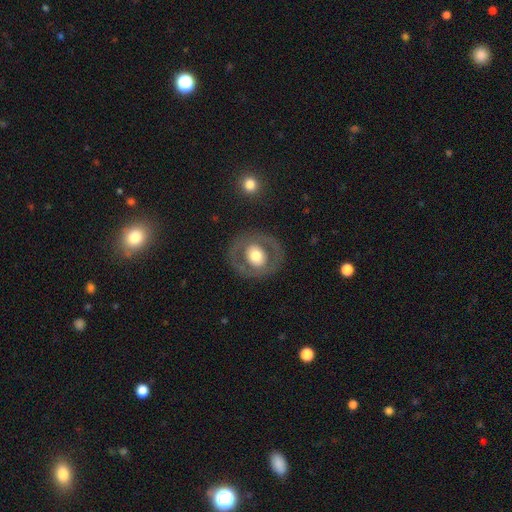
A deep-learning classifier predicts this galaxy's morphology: Smooth or featured? Predicted: featured or disk (p=0.49). Merging? Predicted: none (p=0.80).